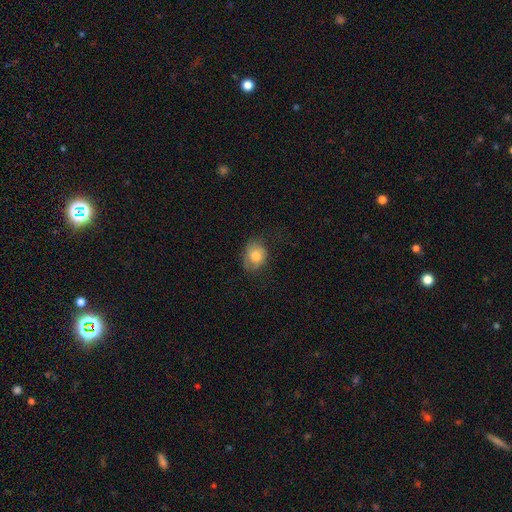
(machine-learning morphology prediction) A smooth galaxy with no disk features (77%) that is round (56%).

Vote fractions:
- Smooth or featured? smooth: 77% / featured or disk: 15% / star or artifact: 8%
- How rounded? round: 56% / in between: 43% / cigar-shaped: 1%
- Merging? none: 61% / minor disturbance: 26% / major disturbance: 11% / merger: 1%